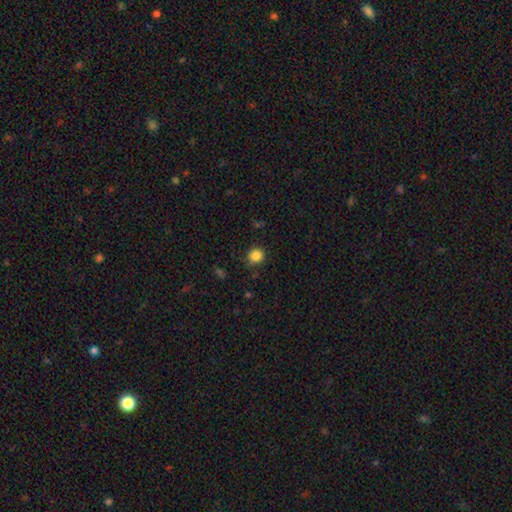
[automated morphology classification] Smooth or featured? smooth (85%)
How rounded? round (83%)
Merging? none (84%)